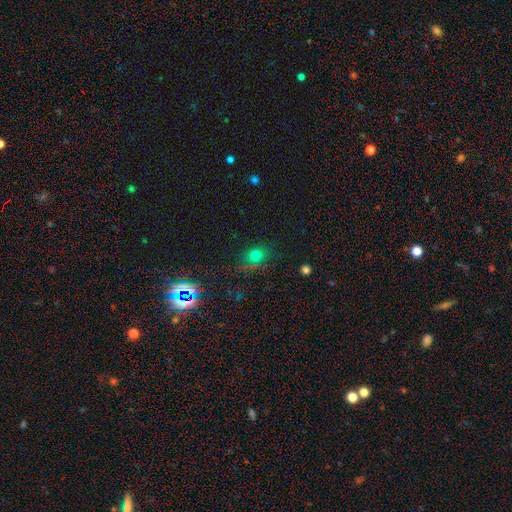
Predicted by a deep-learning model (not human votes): A smooth galaxy with no disk features (65%) that is round (61%).

Vote fractions:
- Smooth or featured? smooth: 65% / star or artifact: 26% / featured or disk: 9%
- How rounded? round: 61% / in between: 37% / cigar-shaped: 2%
- Merging? none: 72% / minor disturbance: 17% / major disturbance: 7% / merger: 4%